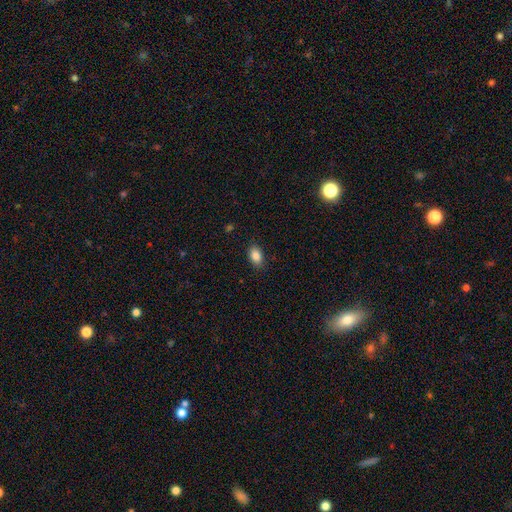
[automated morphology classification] A smooth galaxy with no disk features (87%) that is in between round and cigar-shaped (88%).

Vote fractions:
- Smooth or featured? smooth: 87% / star or artifact: 8% / featured or disk: 4%
- How rounded? in between: 88% / round: 11% / cigar-shaped: 2%
- Merging? none: 87% / minor disturbance: 10% / major disturbance: 2% / merger: 1%